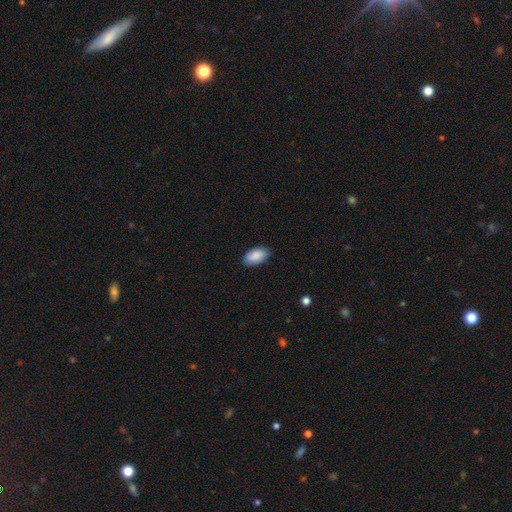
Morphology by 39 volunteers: type=smooth (90%); roundness=in between (94%); merging=none (89%).